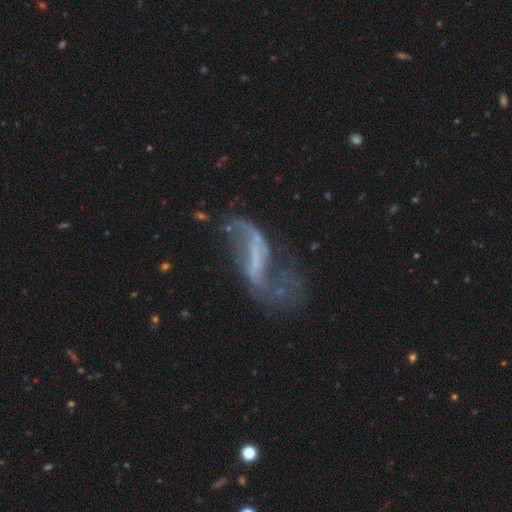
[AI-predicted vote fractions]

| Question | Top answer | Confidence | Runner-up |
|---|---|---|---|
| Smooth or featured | featured or disk | 79% | smooth (11%) |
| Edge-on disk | no | 93% | yes (7%) |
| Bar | strong | 48% | weak (32%) |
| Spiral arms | yes | 79% | no (21%) |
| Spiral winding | loose | 86% | medium (11%) |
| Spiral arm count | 2 | 81% | 1 (10%) |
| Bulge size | none | 62% | small (26%) |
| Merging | none | 43% | major disturbance (31%) |